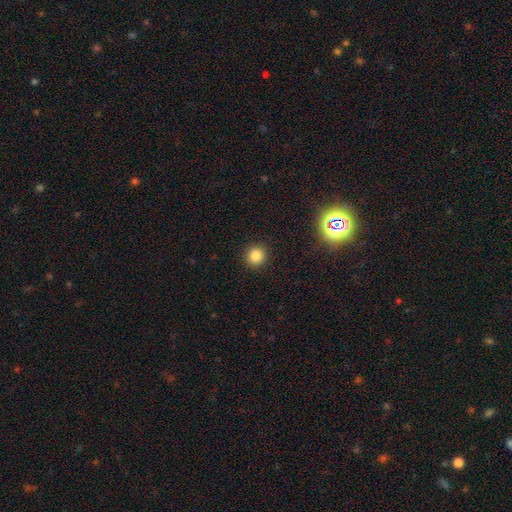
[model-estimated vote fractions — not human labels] smooth-or-featured: smooth: 83% | star or artifact: 13% | featured or disk: 5%
  how-rounded: round: 90% | in between: 9% | cigar-shaped: 1%
  merging: none: 92% | minor disturbance: 5% | major disturbance: 2% | merger: 1%